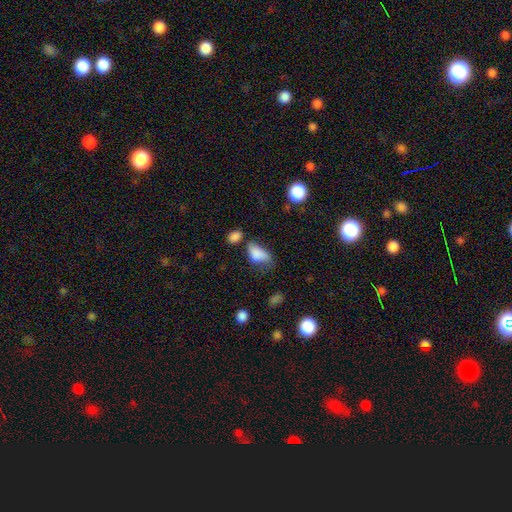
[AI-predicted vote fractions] Smooth or featured: smooth — 80% (featured or disk — 11%)
How rounded: in between — 91% (round — 6%)
Merging: minor disturbance — 33% (none — 27%)